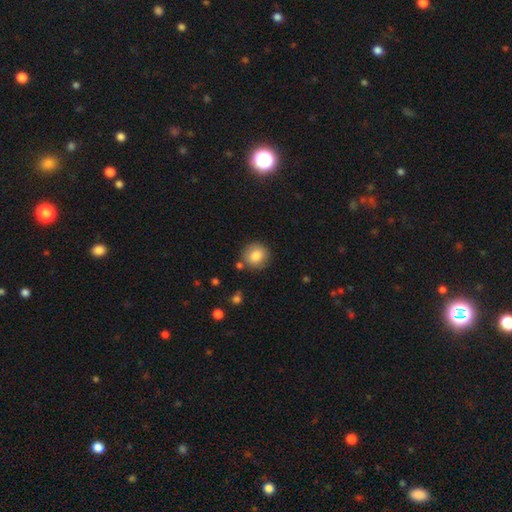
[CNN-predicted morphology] The model was most divided on "smooth or featured": smooth: 83%, star or artifact: 9%, featured or disk: 8%. More confident: how rounded — round (90%); merging — none (84%).